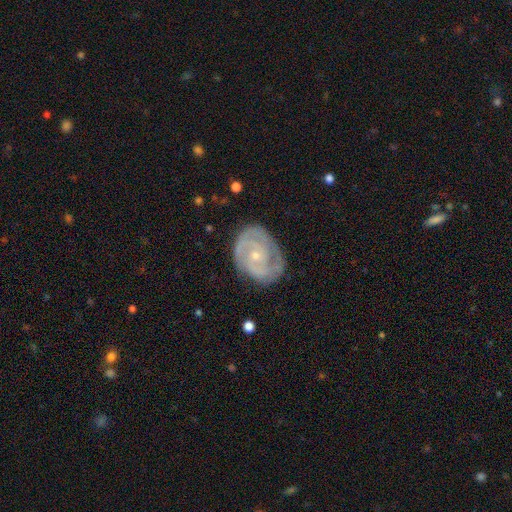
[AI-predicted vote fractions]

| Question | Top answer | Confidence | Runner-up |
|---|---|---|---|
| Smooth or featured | featured or disk | 83% | smooth (12%) |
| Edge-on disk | no | 97% | yes (3%) |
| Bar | no | 70% | weak (25%) |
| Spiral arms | yes | 93% | no (7%) |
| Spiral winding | tight | 64% | medium (29%) |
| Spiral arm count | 2 | 56% | can't tell (19%) |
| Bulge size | small | 71% | moderate (25%) |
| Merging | none | 74% | minor disturbance (18%) |